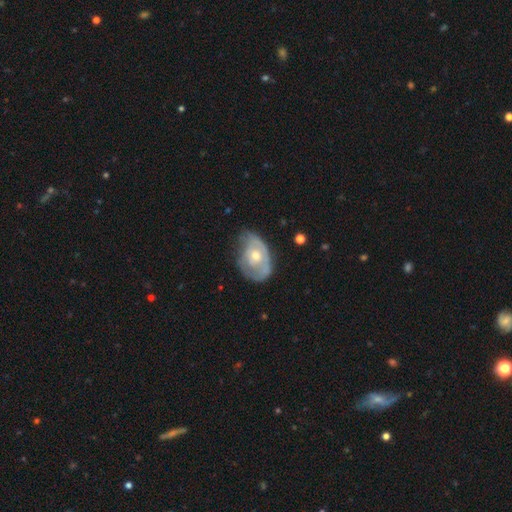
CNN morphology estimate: Smooth or featured: featured or disk — 61% (smooth — 33%)
Edge-on disk: no — 94% (yes — 6%)
Bar: no — 83% (weak — 14%)
Spiral arms: yes — 54% (no — 46%)
Bulge size: moderate — 57% (small — 38%)
Merging: none — 45% (minor disturbance — 35%)